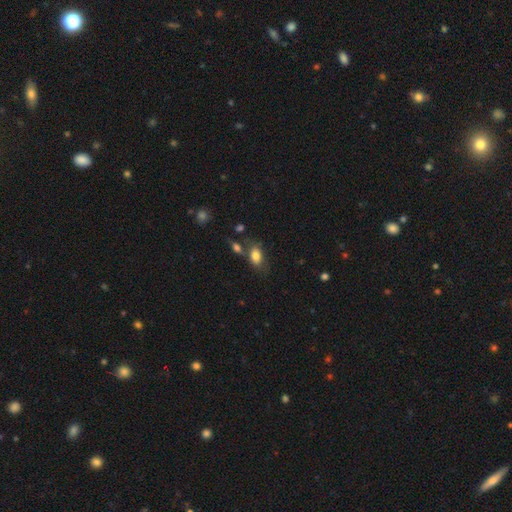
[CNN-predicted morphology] This is likely a smooth galaxy (80%). How rounded: clearly in between (87%). Merging: likely none (60%).